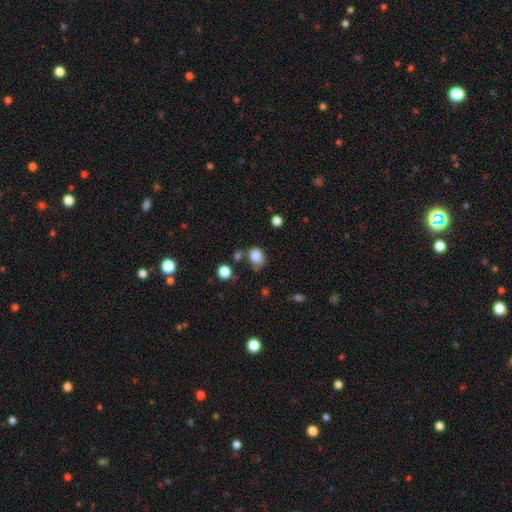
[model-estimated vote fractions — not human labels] This appears to be a smooth galaxy with no disk features (84%) that is in between round and cigar-shaped (63%). Merging: none (55%).